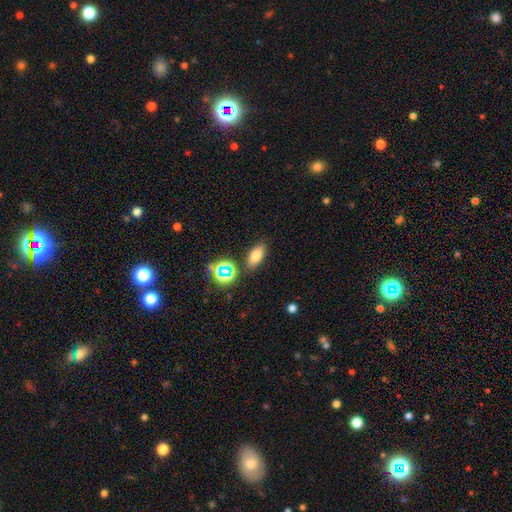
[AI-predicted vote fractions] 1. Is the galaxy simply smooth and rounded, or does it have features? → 72% smooth, 17% star or artifact, 11% featured or disk.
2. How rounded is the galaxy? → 79% in between, 11% cigar-shaped, 9% round.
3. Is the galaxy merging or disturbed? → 82% none, 10% minor disturbance, 5% merger, 3% major disturbance.